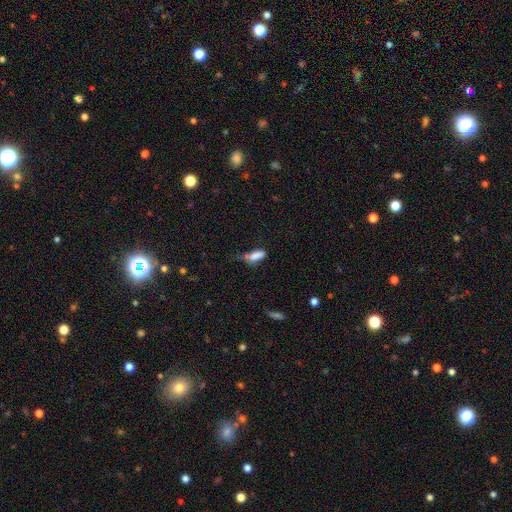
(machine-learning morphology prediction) The model was most divided on "merging": minor disturbance: 35%, none: 31%, major disturbance: 25%, merger: 10%. More confident: smooth or featured — smooth (80%); how rounded — in between (75%).